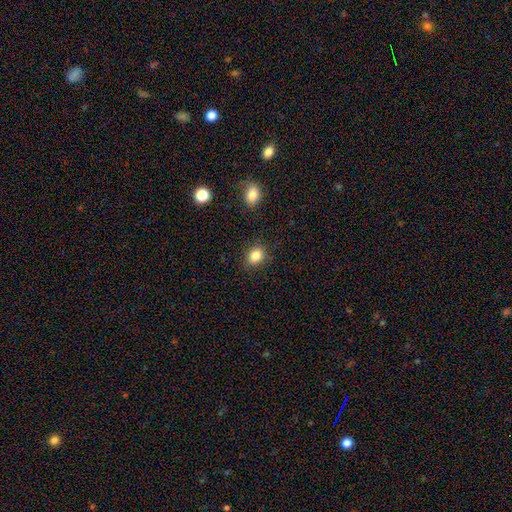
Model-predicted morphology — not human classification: The model was most divided on "how rounded": in between: 51%, round: 48%, cigar-shaped: 1%. More confident: merging — none (86%); smooth or featured — smooth (84%).